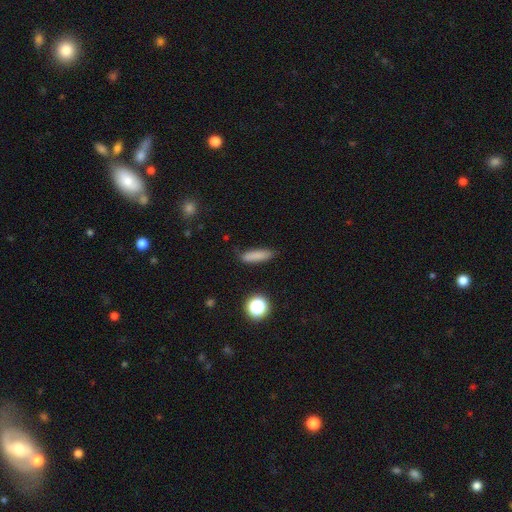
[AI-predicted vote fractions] Morphology: type=smooth (83%); roundness=cigar-shaped (68%); merging=none (84%).